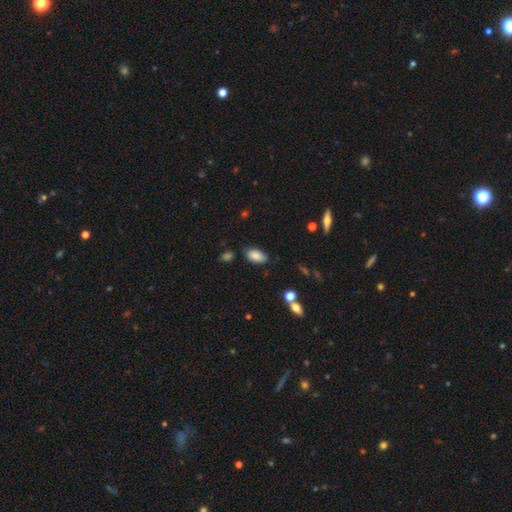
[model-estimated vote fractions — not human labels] Smooth or featured? Predicted: smooth (p=0.86). How rounded? Predicted: in between (p=0.94). Merging? Predicted: none (p=0.78).